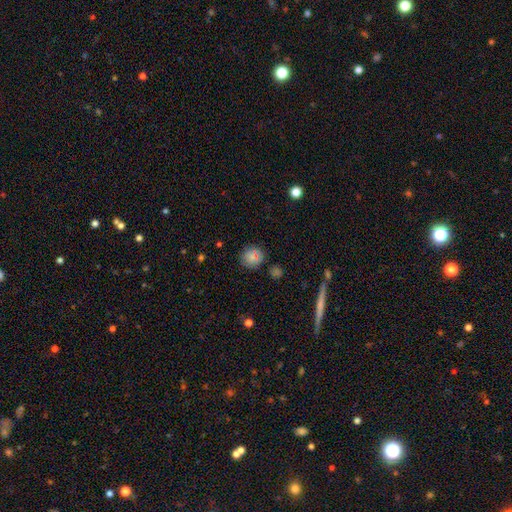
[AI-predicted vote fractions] This is likely a smooth galaxy (72%). How rounded: clearly round (86%). Merging: clearly none (81%).